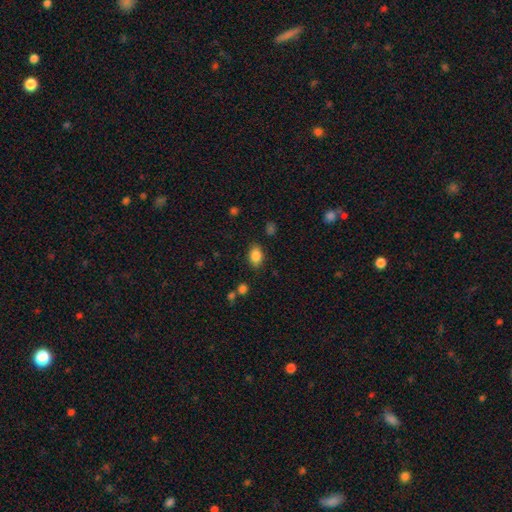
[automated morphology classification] Smooth or featured?
  - smooth: 85% *
  - star or artifact: 9%
  - featured or disk: 6%
How rounded?
  - in between: 80% *
  - round: 19%
  - cigar-shaped: 1%
Merging?
  - none: 82% *
  - minor disturbance: 12%
  - major disturbance: 3%
  - merger: 2%